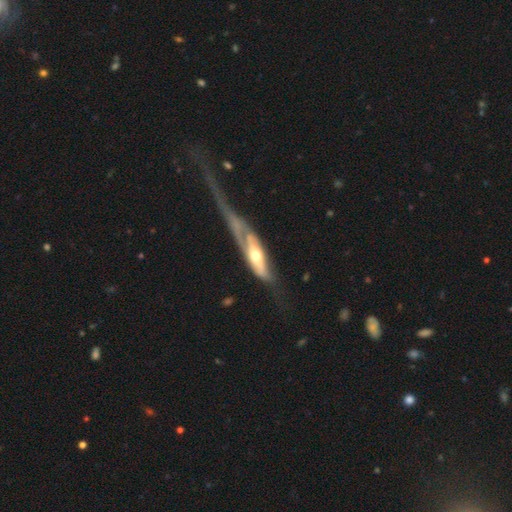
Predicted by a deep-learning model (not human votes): This appears to be a featured or disk galaxy (62%). Merging: major disturbance (56%).